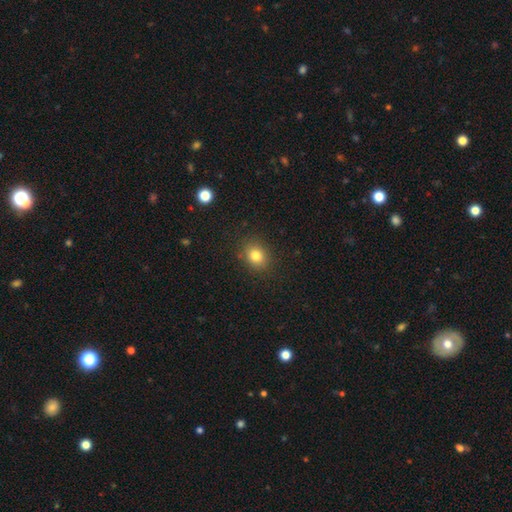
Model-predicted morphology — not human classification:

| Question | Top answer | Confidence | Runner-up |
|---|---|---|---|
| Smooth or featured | smooth | 81% | star or artifact (12%) |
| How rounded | round | 60% | in between (39%) |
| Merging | none | 86% | minor disturbance (10%) |